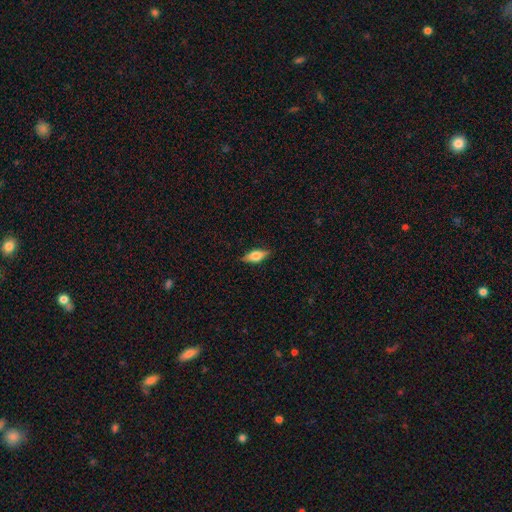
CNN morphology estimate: Overall: smooth (58%; featured or disk 34%). How rounded: in between (73%). Merging: none (84%).